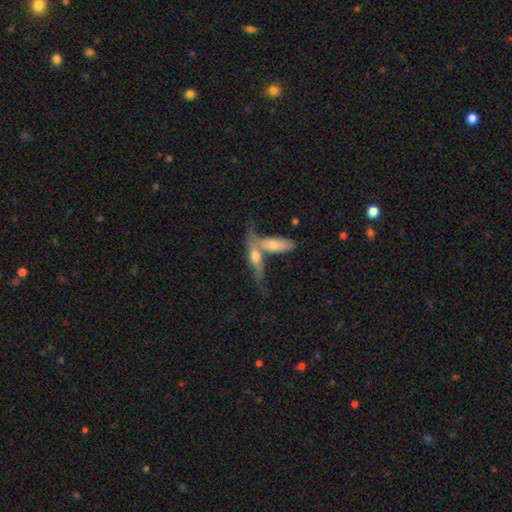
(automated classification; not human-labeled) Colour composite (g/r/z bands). It shows a featured or disk galaxy (48%). Merging: merger (55%).